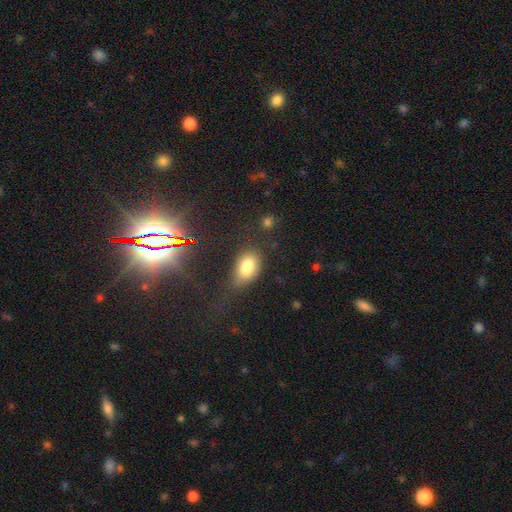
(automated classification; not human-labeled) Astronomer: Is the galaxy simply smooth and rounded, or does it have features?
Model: smooth — 63%.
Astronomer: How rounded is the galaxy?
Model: in between — 86%.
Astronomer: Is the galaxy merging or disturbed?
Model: none — 67%.